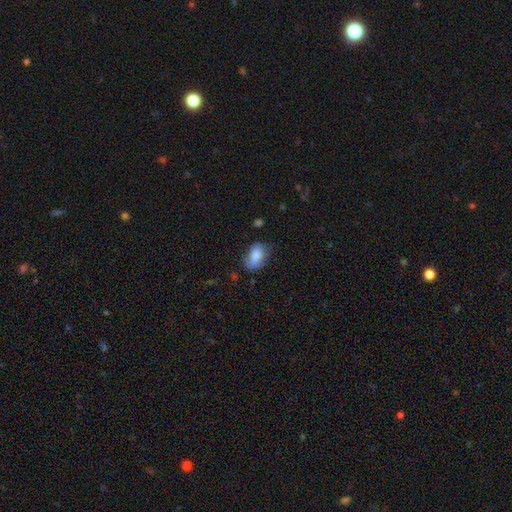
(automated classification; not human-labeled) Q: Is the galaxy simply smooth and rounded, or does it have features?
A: smooth — 83%.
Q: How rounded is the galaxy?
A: in between — 87%.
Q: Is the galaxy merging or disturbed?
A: none — 61%.